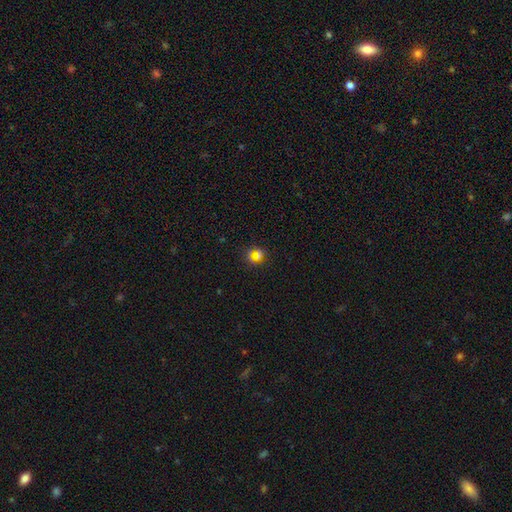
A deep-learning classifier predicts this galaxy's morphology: Smooth or featured? Predicted: smooth (p=0.53). How rounded? Predicted: round (p=0.88). Merging? Predicted: none (p=0.80).